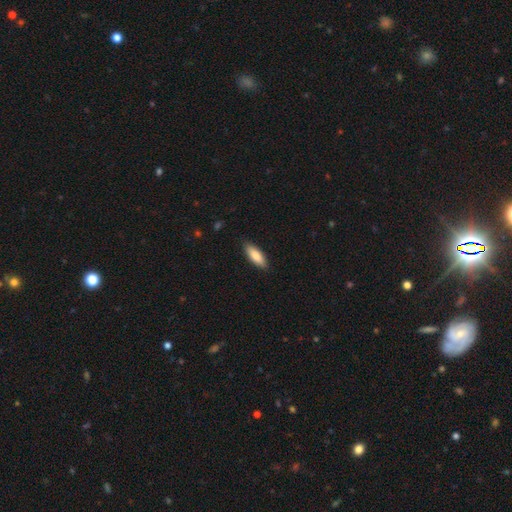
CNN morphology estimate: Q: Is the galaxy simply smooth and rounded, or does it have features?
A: smooth — 81%.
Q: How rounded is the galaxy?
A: in between — 63%.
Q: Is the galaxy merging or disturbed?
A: none — 88%.